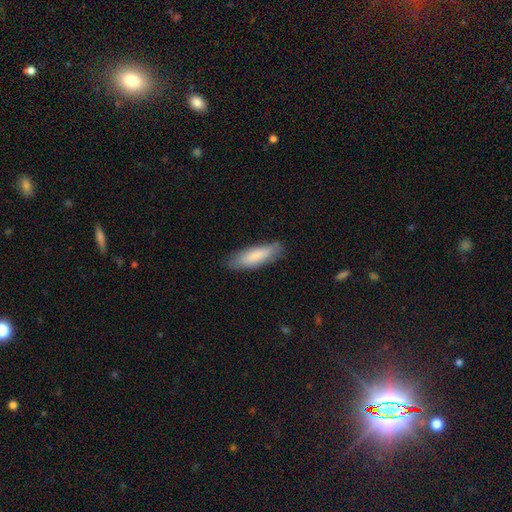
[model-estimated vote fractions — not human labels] Morphology: type=smooth (82%); roundness=cigar-shaped (55%); merging=none (83%).